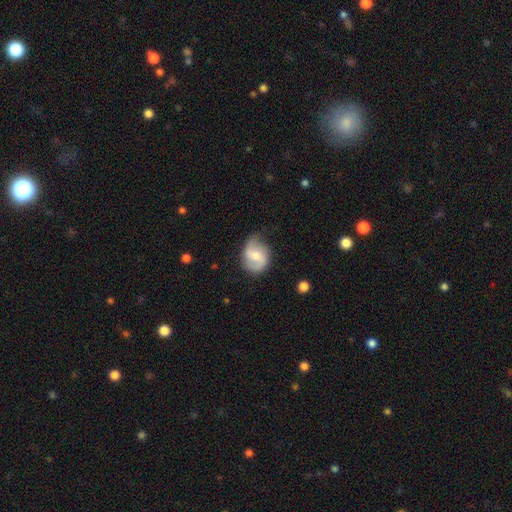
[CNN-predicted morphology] A featured or disk galaxy (64%) with a weak bar (50%), 2 (85%) medium (42%) spiral arms (87%) and a moderate central bulge (58%). Merging: none (66%).